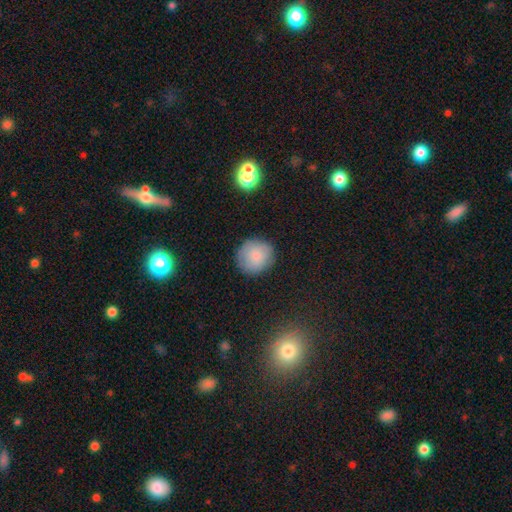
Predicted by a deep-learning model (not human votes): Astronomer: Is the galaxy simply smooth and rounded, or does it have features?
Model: smooth — 84%.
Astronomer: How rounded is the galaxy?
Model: round — 90%.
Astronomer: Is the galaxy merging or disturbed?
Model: none — 86%.